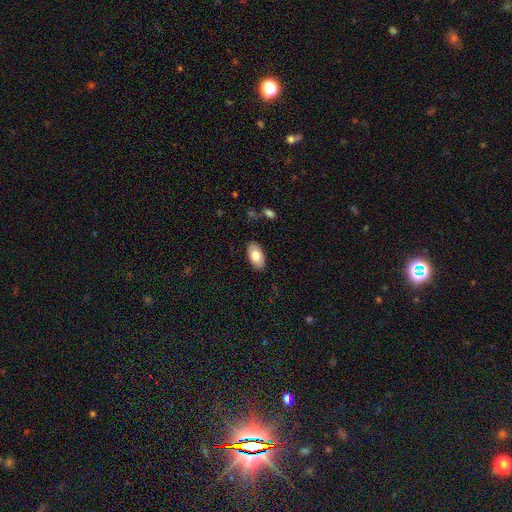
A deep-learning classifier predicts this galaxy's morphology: This appears to be a smooth galaxy with no disk features (78%) that is in between round and cigar-shaped (94%). Merging: none (87%).